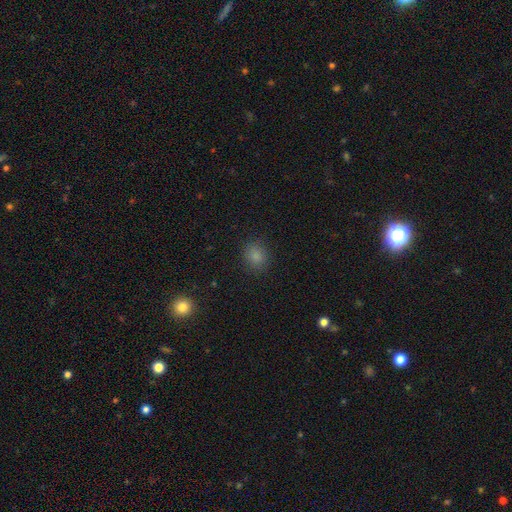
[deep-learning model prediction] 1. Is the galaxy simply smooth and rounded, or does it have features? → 83% smooth, 13% star or artifact, 4% featured or disk.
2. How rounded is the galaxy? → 79% round, 21% in between, 1% cigar-shaped.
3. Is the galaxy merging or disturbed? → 88% none, 9% minor disturbance, 3% major disturbance, 1% merger.